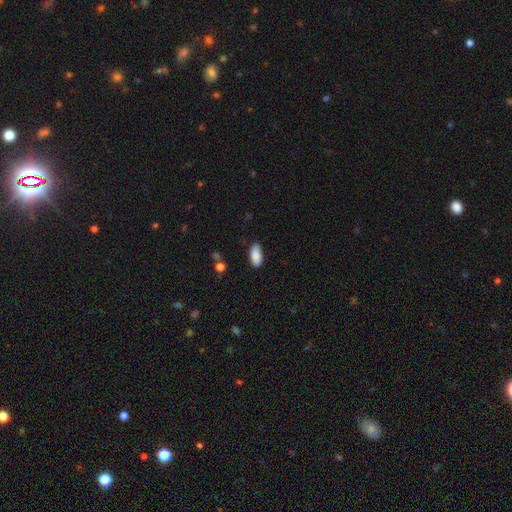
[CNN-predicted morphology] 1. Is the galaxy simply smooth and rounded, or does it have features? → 88% smooth, 7% star or artifact, 5% featured or disk.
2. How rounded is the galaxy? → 91% in between, 7% cigar-shaped, 2% round.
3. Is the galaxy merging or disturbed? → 84% none, 12% minor disturbance, 2% major disturbance, 1% merger.